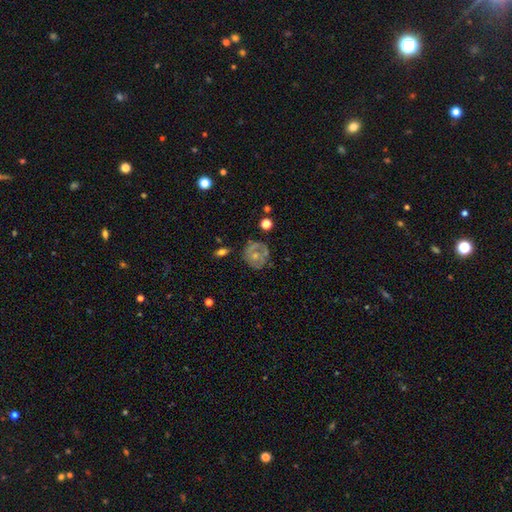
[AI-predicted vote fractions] A featured or disk galaxy (49%).

Vote fractions:
- Smooth or featured? featured or disk: 49% / smooth: 43% / star or artifact: 9%
- Merging? none: 58% / minor disturbance: 24% / major disturbance: 14% / merger: 4%